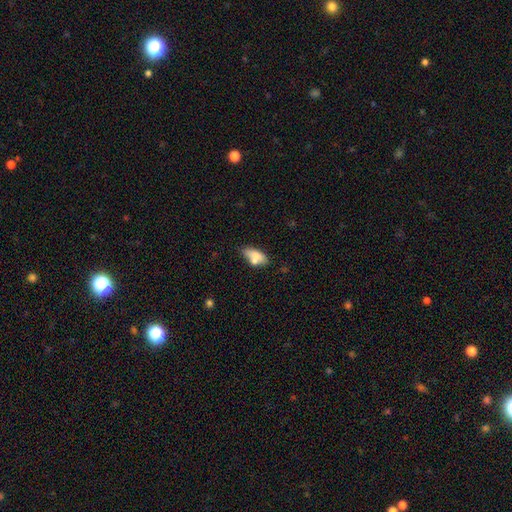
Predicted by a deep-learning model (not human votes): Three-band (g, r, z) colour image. It shows a smooth galaxy with no disk features (71%) that is in between round and cigar-shaped (78%). Merging: none (49%).